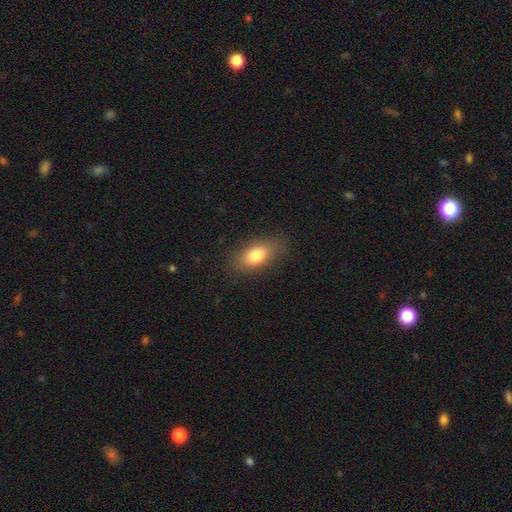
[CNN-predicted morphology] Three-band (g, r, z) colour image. It shows a smooth galaxy with no disk features (80%) that is in between round and cigar-shaped (87%). Merging: none (84%).